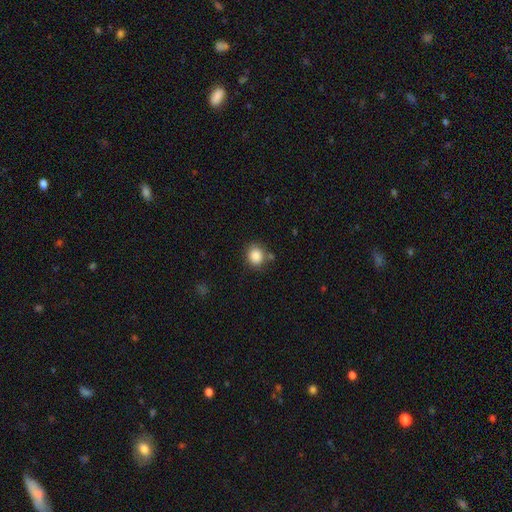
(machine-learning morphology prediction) Smooth or featured?
  - smooth: 87% *
  - star or artifact: 9%
  - featured or disk: 4%
How rounded?
  - round: 68% *
  - in between: 31%
  - cigar-shaped: 1%
Merging?
  - none: 73% *
  - minor disturbance: 15%
  - merger: 7%
  - major disturbance: 4%